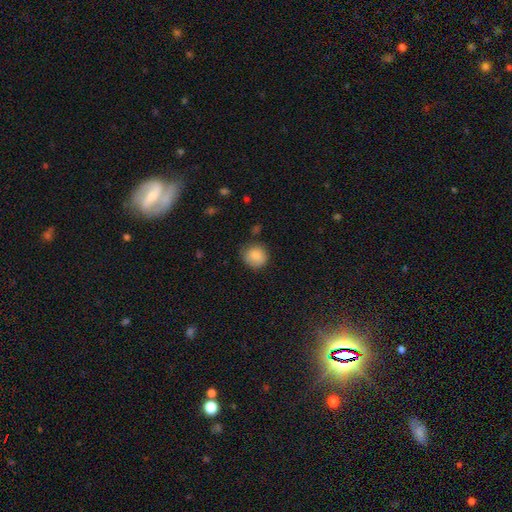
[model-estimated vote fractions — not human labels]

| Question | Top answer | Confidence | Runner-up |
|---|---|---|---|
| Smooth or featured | smooth | 86% | star or artifact (8%) |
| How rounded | round | 88% | in between (11%) |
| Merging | none | 75% | minor disturbance (18%) |